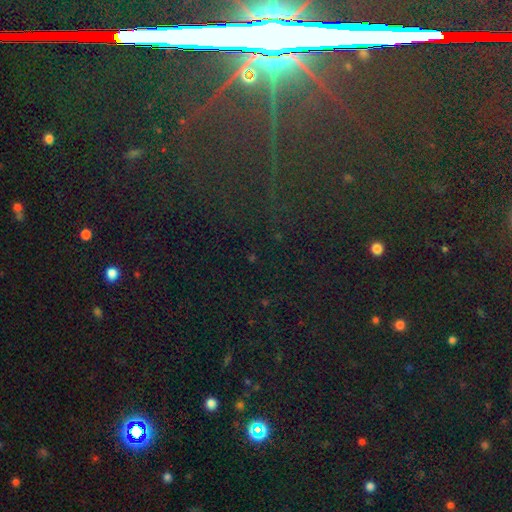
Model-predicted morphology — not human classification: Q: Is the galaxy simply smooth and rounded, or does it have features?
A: star or artifact — 82%.